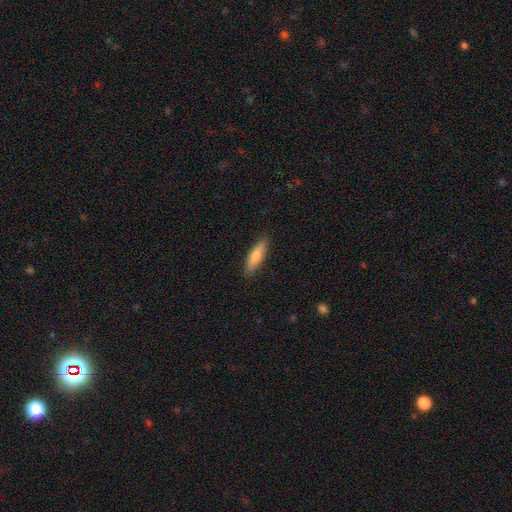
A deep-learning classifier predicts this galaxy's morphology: Smooth or featured: smooth — 75% (featured or disk — 19%)
How rounded: cigar-shaped — 64% (in between — 34%)
Merging: none — 87% (minor disturbance — 10%)